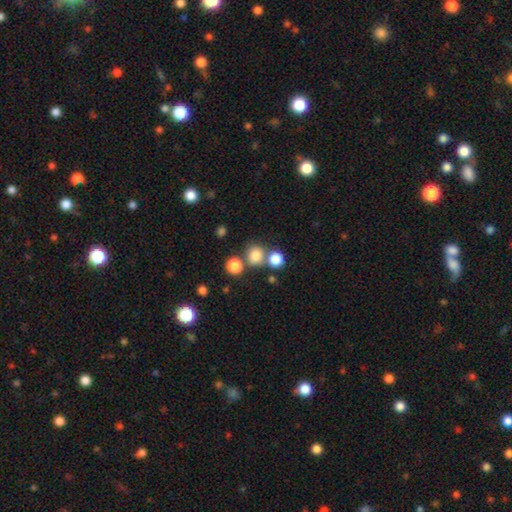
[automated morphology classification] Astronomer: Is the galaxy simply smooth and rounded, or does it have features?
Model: smooth — 80%.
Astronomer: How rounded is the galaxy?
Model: round — 80%.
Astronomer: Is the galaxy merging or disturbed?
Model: none — 63%.